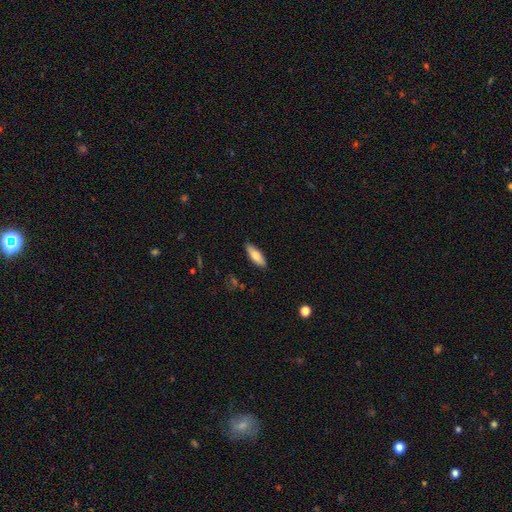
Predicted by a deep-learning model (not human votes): A smooth galaxy with no disk features (74%) that is in between round and cigar-shaped (62%). Merging: none (86%).